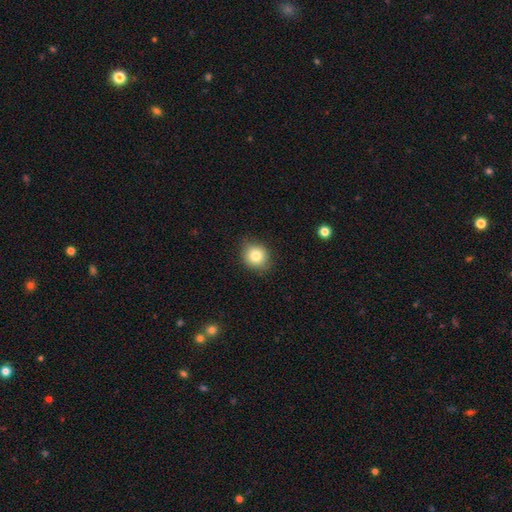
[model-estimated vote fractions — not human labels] smooth-or-featured: smooth: 81% | star or artifact: 10% | featured or disk: 9%
  how-rounded: round: 78% | in between: 21% | cigar-shaped: 1%
  merging: none: 83% | minor disturbance: 13% | major disturbance: 3% | merger: 1%